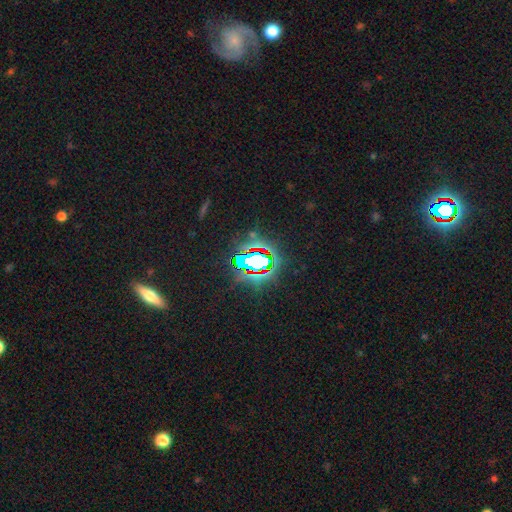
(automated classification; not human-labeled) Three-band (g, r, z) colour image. It shows a star or artifact, not a galaxy (78%).